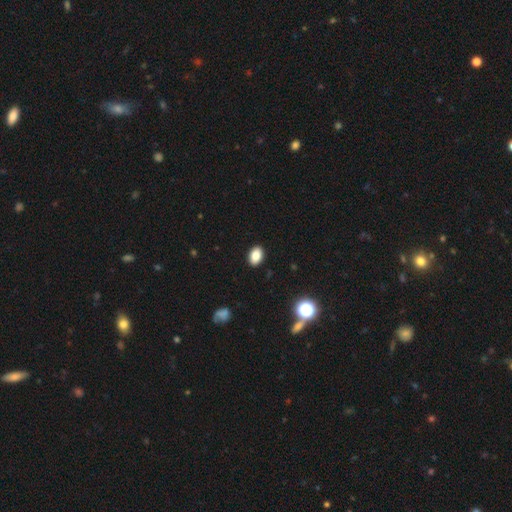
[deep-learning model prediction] smooth-or-featured: smooth: 84% | star or artifact: 10% | featured or disk: 6%
  how-rounded: in between: 86% | round: 13% | cigar-shaped: 1%
  merging: none: 90% | minor disturbance: 7% | major disturbance: 2% | merger: 1%